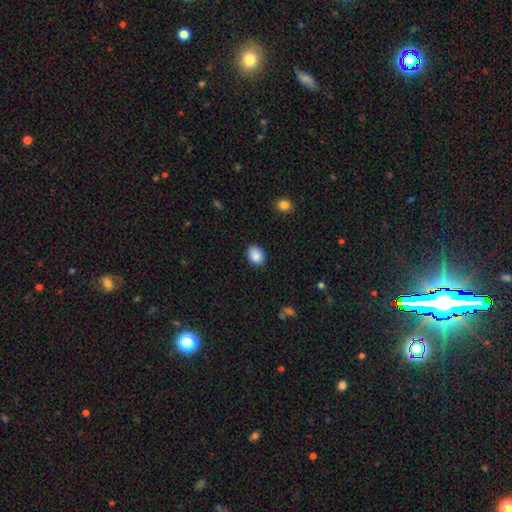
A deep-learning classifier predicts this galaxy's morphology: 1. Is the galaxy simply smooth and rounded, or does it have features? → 88% smooth, 8% star or artifact, 4% featured or disk.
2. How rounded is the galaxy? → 64% in between, 35% round, 1% cigar-shaped.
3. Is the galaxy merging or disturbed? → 85% none, 12% minor disturbance, 2% major disturbance, 1% merger.